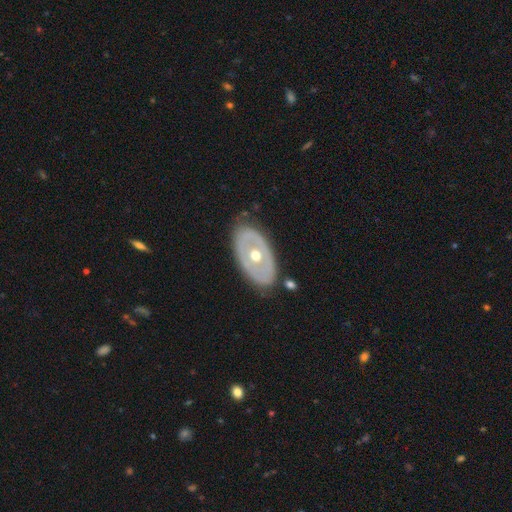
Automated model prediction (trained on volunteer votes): This is likely a featured or disk galaxy (63%). It is clearly not viewed edge-on (88%). Bar: clearly no (92%). Spiral arm pattern: clearly no (90%). Central bulge: likely moderate (75%). Merging: likely none (80%).